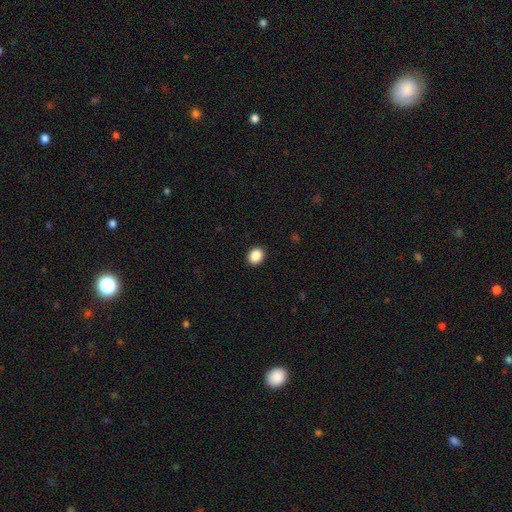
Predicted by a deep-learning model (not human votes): Smooth or featured? smooth (88%)
How rounded? round (55%)
Merging? none (91%)